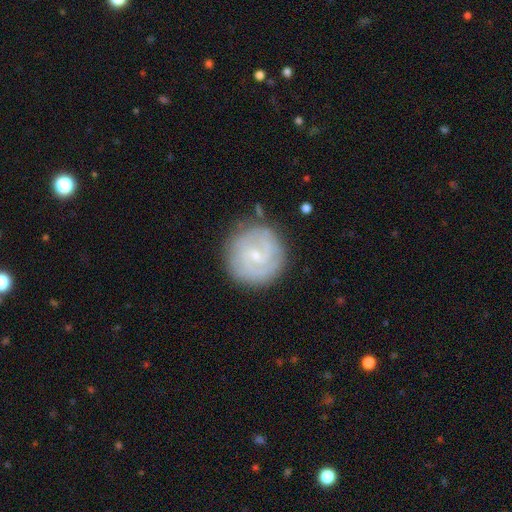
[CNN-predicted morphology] A featured or disk galaxy (71%) with no bar (54%), 2 (42%) tight (65%) spiral arms (90%) and a small central bulge (79%).

Vote fractions:
- Smooth or featured? featured or disk: 71% / smooth: 22% / star or artifact: 7%
- Edge-on disk? no: 98% / yes: 2%
- Bar? no: 54% / weak: 39% / strong: 7%
- Spiral arms? yes: 90% / no: 10%
- Spiral winding? tight: 65% / medium: 28% / loose: 7%
- Spiral arm count? 2: 42% / can't tell: 31% / 3: 14% / 4: 5% / 1: 4% / more than 4: 4%
- Bulge size? small: 79% / moderate: 17% / none: 2% / large: 1% / dominant: 1%
- Merging? none: 82% / minor disturbance: 12% / major disturbance: 4% / merger: 2%